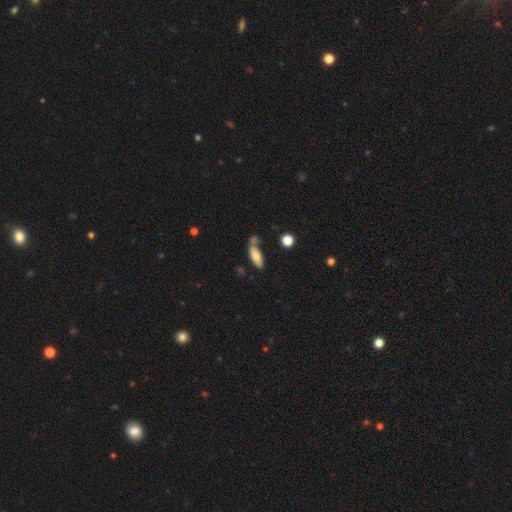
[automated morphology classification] This is likely a smooth galaxy (74%). How rounded: likely in between (63%). Merging: possibly none (50%).